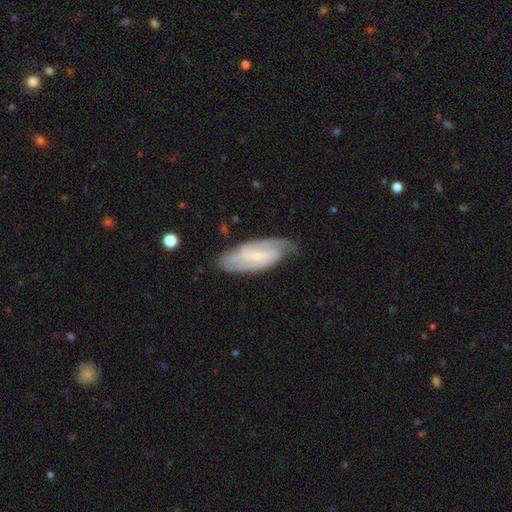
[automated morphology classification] Q: Smooth or featured?
A: featured or disk (84%); runner-up: smooth (11%)
Q: Edge-on disk?
A: no (93%); runner-up: yes (7%)
Q: Bar?
A: weak (44%); runner-up: no (37%)
Q: Spiral arms?
A: yes (97%); runner-up: no (3%)
Q: Spiral winding?
A: tight (49%); runner-up: medium (42%)
Q: Spiral arm count?
A: 2 (55%); runner-up: 3 (19%)
Q: Bulge size?
A: small (73%); runner-up: moderate (16%)
Q: Merging?
A: none (77%); runner-up: minor disturbance (17%)